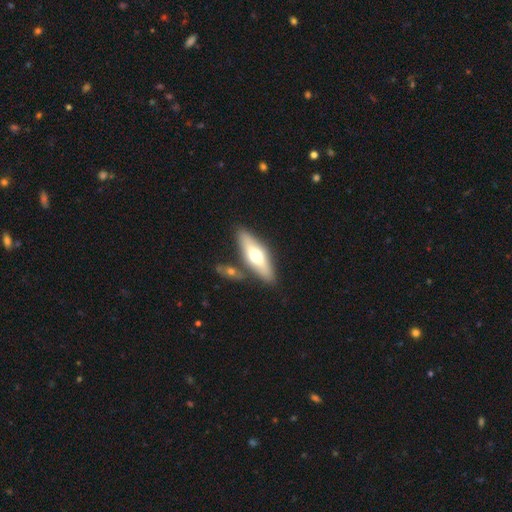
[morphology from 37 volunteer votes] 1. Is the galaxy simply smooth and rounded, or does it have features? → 57% featured or disk, 38% smooth, 5% star or artifact.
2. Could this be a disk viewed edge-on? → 86% yes, 14% no.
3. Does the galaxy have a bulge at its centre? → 94% rounded, 6% none, 0% boxy.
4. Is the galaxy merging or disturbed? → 80% none, 9% minor disturbance, 9% merger, 3% major disturbance.